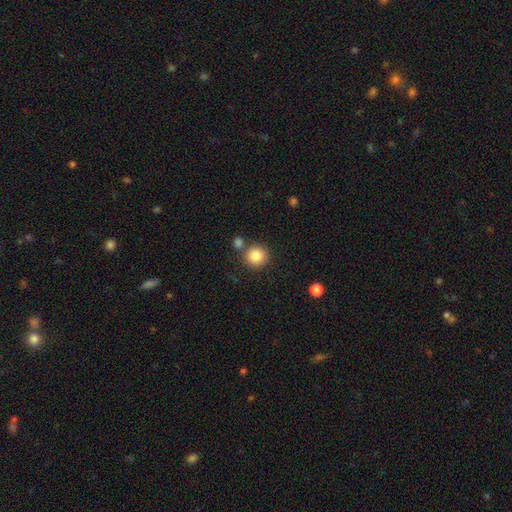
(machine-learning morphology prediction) Overall: smooth (86%). How rounded: round (93%). Merging: none (75%).